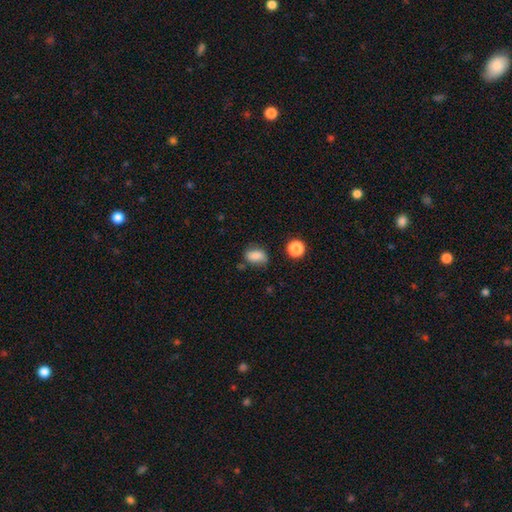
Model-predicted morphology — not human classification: This is clearly a smooth galaxy (82%). How rounded: likely in between (78%). Merging: likely none (65%).